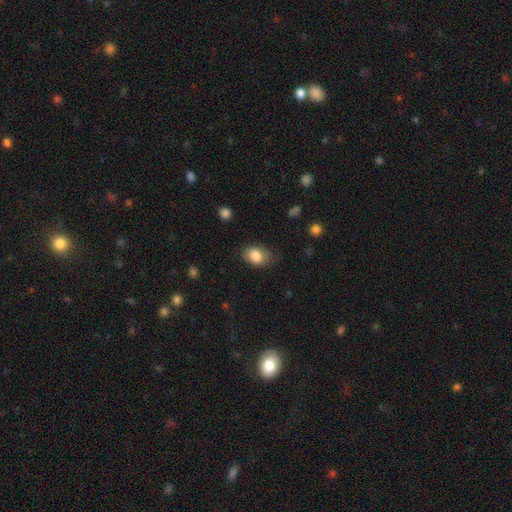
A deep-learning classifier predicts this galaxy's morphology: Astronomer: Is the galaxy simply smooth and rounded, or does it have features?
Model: smooth — 83%.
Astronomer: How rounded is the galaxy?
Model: in between — 75%.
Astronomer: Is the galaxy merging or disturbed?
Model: none — 68%.